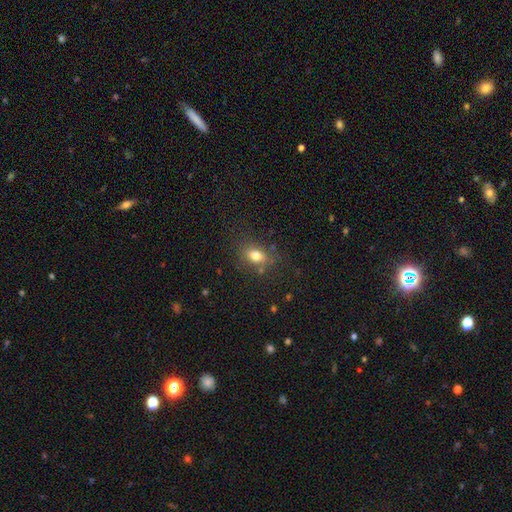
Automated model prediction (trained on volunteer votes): This appears to be a smooth galaxy with no disk features (77%) that is in between round and cigar-shaped (66%). Merging: none (74%).